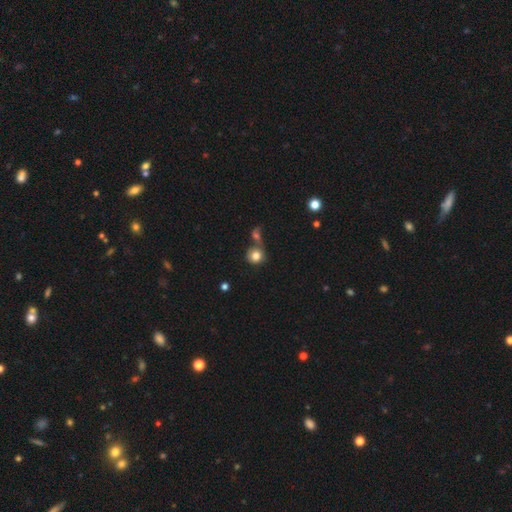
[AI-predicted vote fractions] smooth 81%, star or artifact 10%, featured or disk 9%. Down the decision tree: how rounded — round (87%); merging — none (52%).